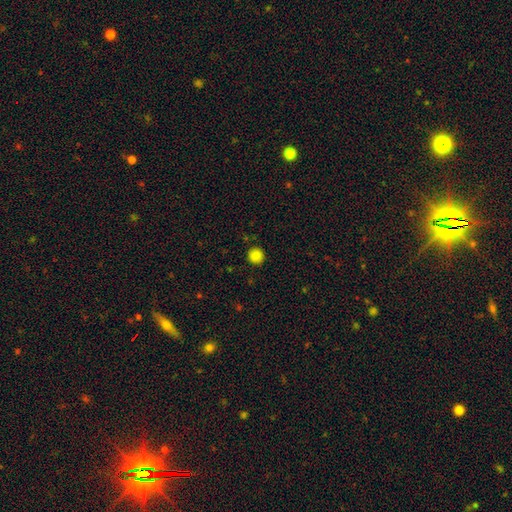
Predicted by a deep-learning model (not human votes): A smooth galaxy with no disk features (86%) that is round (94%).

Vote fractions:
- Smooth or featured? smooth: 86% / star or artifact: 11% / featured or disk: 3%
- How rounded? round: 94% / in between: 5% / cigar-shaped: 1%
- Merging? none: 90% / minor disturbance: 7% / major disturbance: 2% / merger: 1%